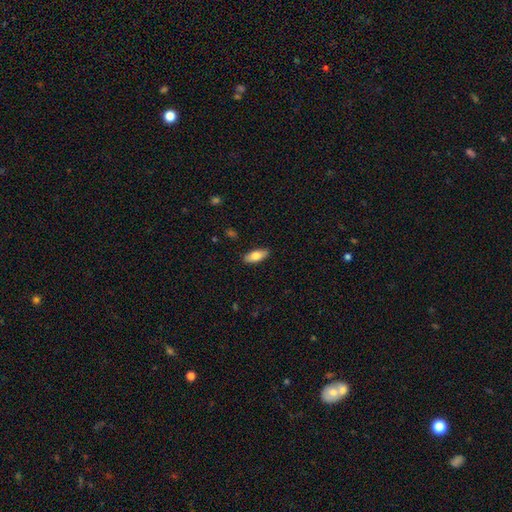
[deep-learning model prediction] The model was most divided on "smooth or featured": smooth: 79%, featured or disk: 15%, star or artifact: 6%. More confident: merging — none (88%); how rounded — in between (81%).